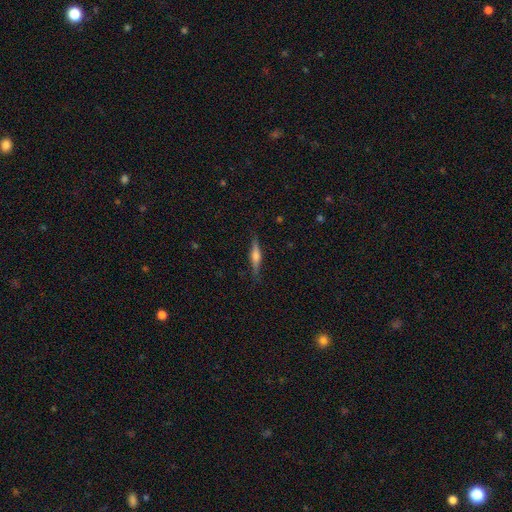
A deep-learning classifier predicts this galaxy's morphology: Overall: featured or disk (64%; smooth 29%). Edge-on disk: yes (97%). Edge-on bulge: rounded (83%). Merging: none (87%).